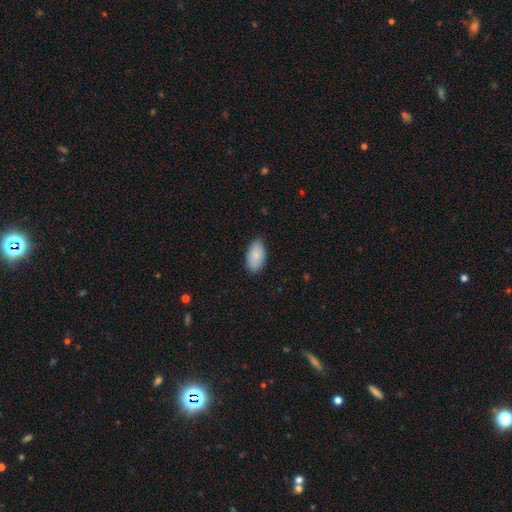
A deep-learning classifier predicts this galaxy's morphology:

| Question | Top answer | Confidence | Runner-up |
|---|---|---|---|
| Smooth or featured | smooth | 85% | featured or disk (9%) |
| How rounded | in between | 95% | round (3%) |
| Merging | none | 80% | minor disturbance (17%) |